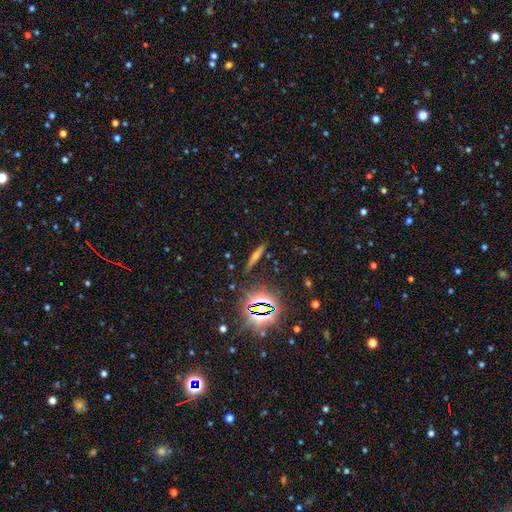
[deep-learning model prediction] This is marginally a featured or disk galaxy (38%). Merging: clearly none (87%).